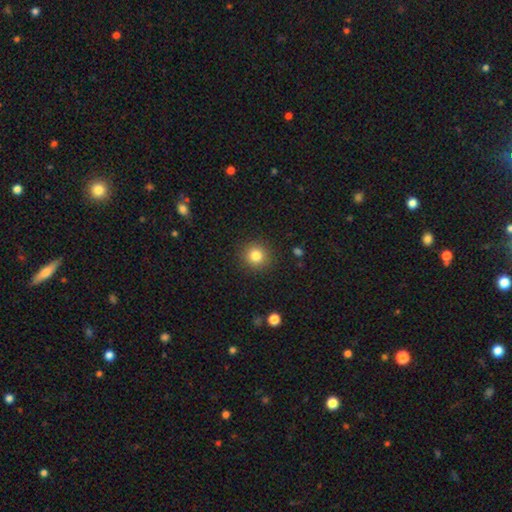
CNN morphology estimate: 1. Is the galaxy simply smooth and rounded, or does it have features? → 83% smooth, 11% star or artifact, 6% featured or disk.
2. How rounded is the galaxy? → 93% round, 6% in between, 1% cigar-shaped.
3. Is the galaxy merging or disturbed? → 90% none, 6% minor disturbance, 2% major disturbance, 1% merger.